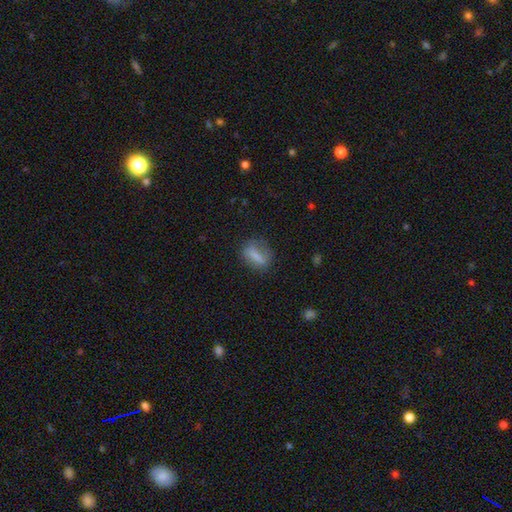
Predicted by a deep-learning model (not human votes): smooth_or_featured: smooth (p=0.71) [alt: featured or disk p=0.20]
how_rounded: in between (p=0.61) [alt: cigar-shaped p=0.21]
merging: none (p=0.69) [alt: minor disturbance p=0.19]